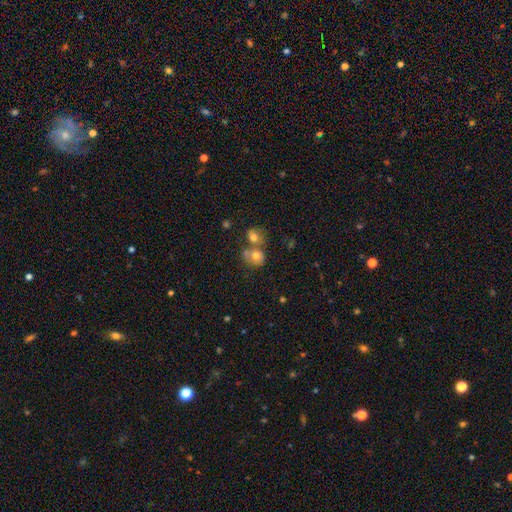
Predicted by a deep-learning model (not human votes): A smooth galaxy with no disk features (72%) that is round (69%). Merging: merger (49%).